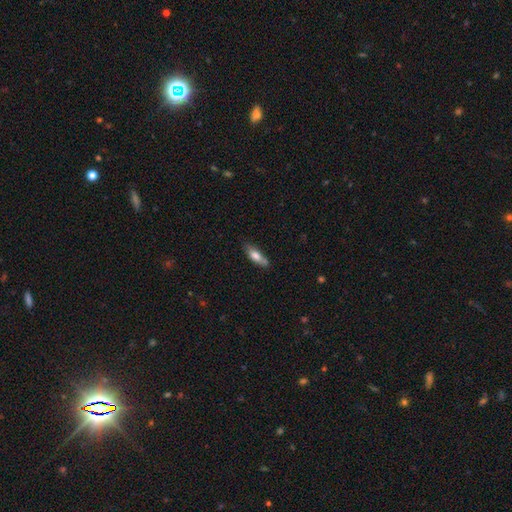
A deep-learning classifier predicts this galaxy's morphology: smooth_or_featured: smooth (p=0.72) [alt: featured or disk p=0.21]
how_rounded: in between (p=0.57) [alt: cigar-shaped p=0.41]
merging: none (p=0.66) [alt: minor disturbance p=0.23]